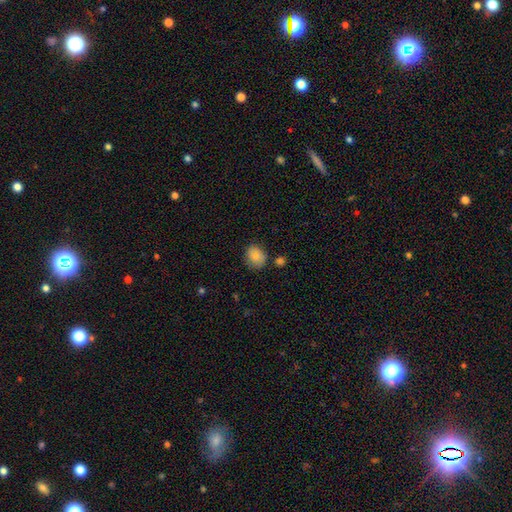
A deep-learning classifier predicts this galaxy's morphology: A smooth galaxy with no disk features (83%) that is round (58%).

Vote fractions:
- Smooth or featured? smooth: 83% / star or artifact: 9% / featured or disk: 8%
- How rounded? round: 58% / in between: 41% / cigar-shaped: 1%
- Merging? none: 74% / minor disturbance: 18% / merger: 5% / major disturbance: 4%